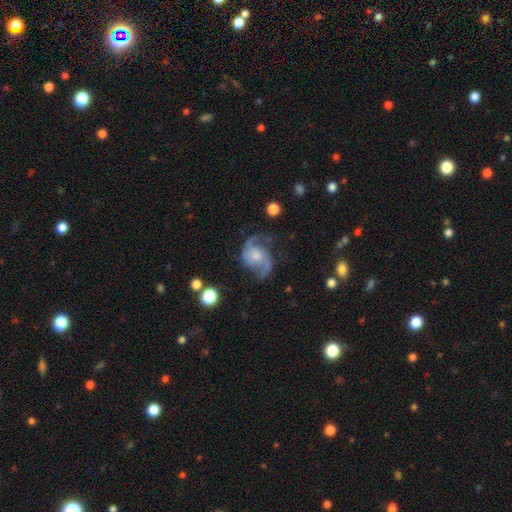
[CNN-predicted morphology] smooth-or-featured: featured or disk: 88% | smooth: 7% | star or artifact: 5%
  disk-edge-on: no: 98% | yes: 2%
    bar: no: 68% | weak: 27% | strong: 5%
    has-spiral-arms: yes: 97% | no: 3%
      spiral-winding: medium: 50% | loose: 39% | tight: 11%
      spiral-arm-count: 2: 93% | can't tell: 2% | 1: 2% | 3: 1% | 4: 1% | more than 4: 1%
    bulge-size: moderate: 39% | small: 31% | none: 14% | large: 13% | dominant: 2%
  merging: none: 71% | minor disturbance: 17% | major disturbance: 9% | merger: 2%